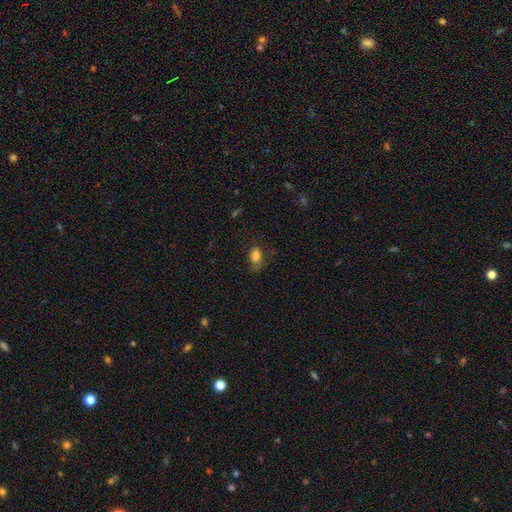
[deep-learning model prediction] A smooth galaxy with no disk features (82%) that is in between round and cigar-shaped (79%). Merging: none (52%).